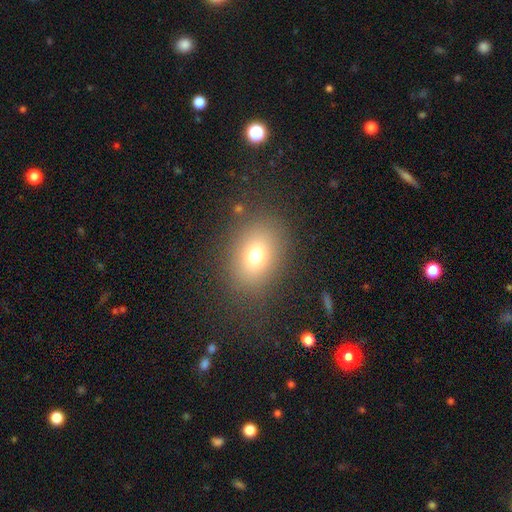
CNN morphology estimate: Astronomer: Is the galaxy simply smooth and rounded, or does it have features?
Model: smooth — 72%.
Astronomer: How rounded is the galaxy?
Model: in between — 66%.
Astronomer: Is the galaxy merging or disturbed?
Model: none — 80%.